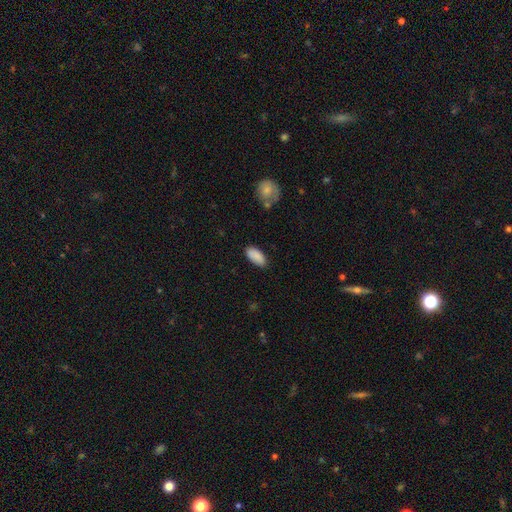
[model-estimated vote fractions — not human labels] This appears to be a smooth galaxy with no disk features (89%) that is in between round and cigar-shaped (92%). Merging: none (83%).